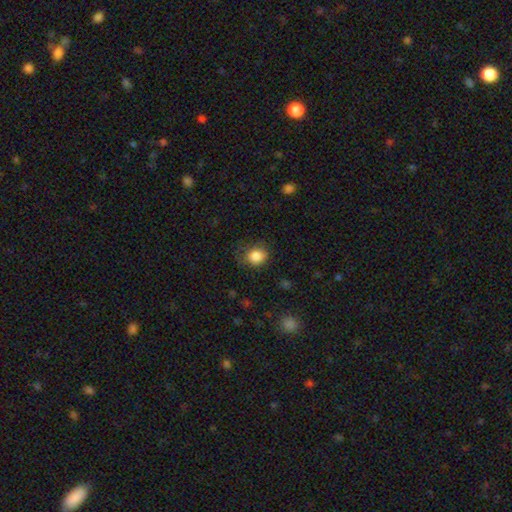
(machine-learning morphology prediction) A smooth galaxy with no disk features (86%) that is round (70%). Merging: none (68%).